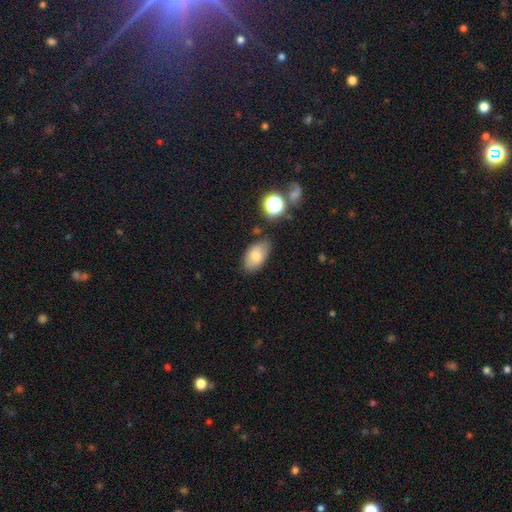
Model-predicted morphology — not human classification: type=smooth (76%); roundness=in between (91%); merging=none (72%).